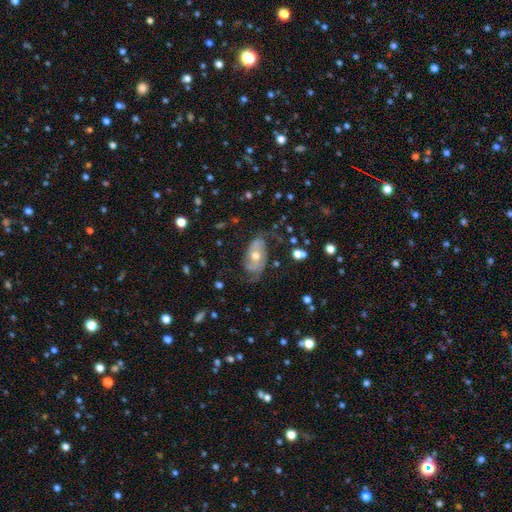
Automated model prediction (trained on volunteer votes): A featured or disk galaxy (72%) with no bar (71%), 2 (67%) medium (39%) spiral arms (83%) and a moderate central bulge (73%). Merging: none (57%).